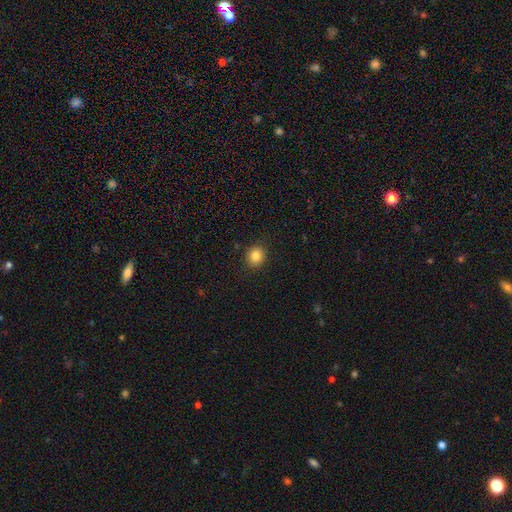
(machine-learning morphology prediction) Smooth or featured?
  - smooth: 84% *
  - star or artifact: 11%
  - featured or disk: 6%
How rounded?
  - round: 76% *
  - in between: 23%
  - cigar-shaped: 1%
Merging?
  - none: 89% *
  - minor disturbance: 8%
  - major disturbance: 2%
  - merger: 1%